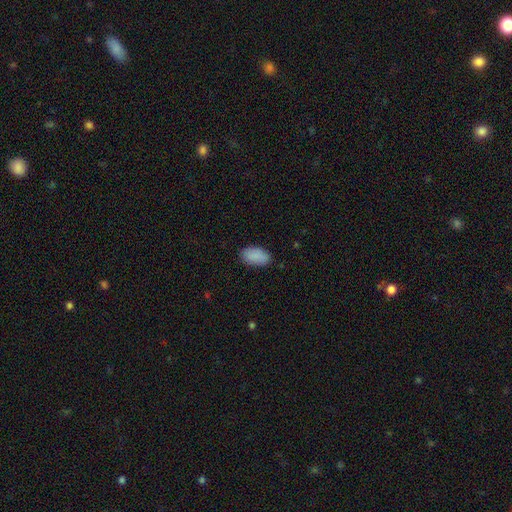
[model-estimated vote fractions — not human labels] smooth 89%, star or artifact 7%, featured or disk 4%. Down the decision tree: how rounded — in between (94%); merging — none (84%).